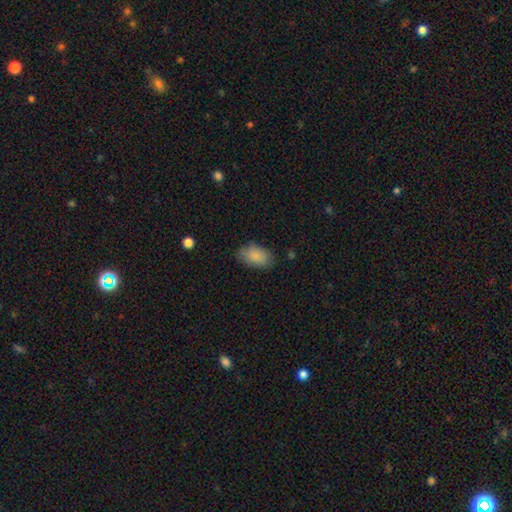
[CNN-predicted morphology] smooth-or-featured: smooth: 87% | star or artifact: 7% | featured or disk: 6%
  how-rounded: in between: 91% | round: 7% | cigar-shaped: 2%
  merging: none: 77% | minor disturbance: 18% | major disturbance: 4% | merger: 1%